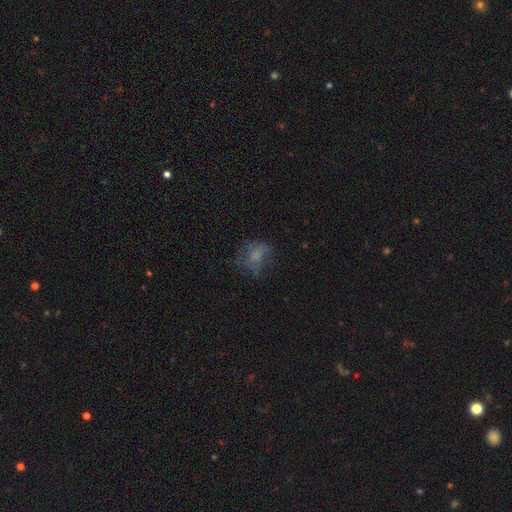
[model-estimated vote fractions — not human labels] Smooth or featured? Predicted: smooth (p=0.53). How rounded? Predicted: round (p=0.53). Merging? Predicted: none (p=0.51).